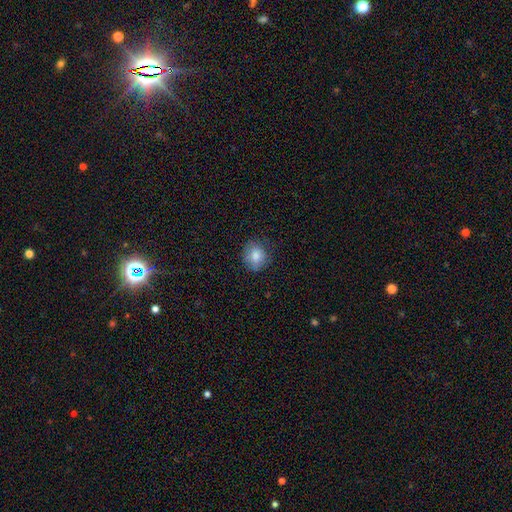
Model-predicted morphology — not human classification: Smooth or featured? smooth (81%)
How rounded? round (73%)
Merging? none (78%)